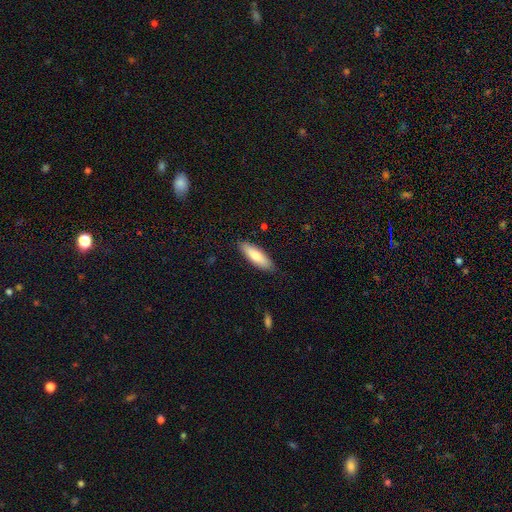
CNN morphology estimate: smooth 77%, featured or disk 17%, star or artifact 6%. Down the decision tree: how rounded — in between (54%); merging — none (86%).